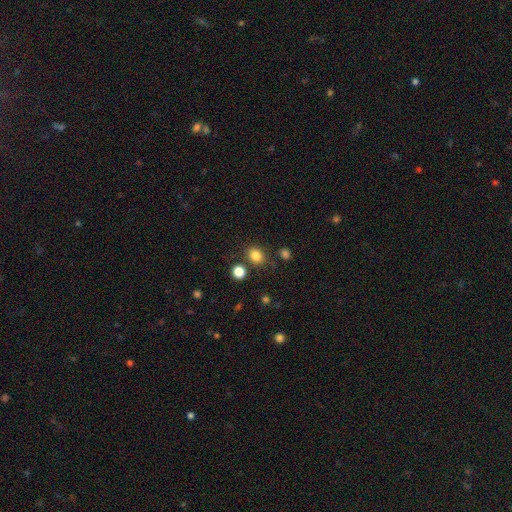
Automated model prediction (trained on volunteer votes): Smooth or featured: smooth — 83% (star or artifact — 13%)
How rounded: round — 64% (in between — 35%)
Merging: none — 80% (minor disturbance — 10%)